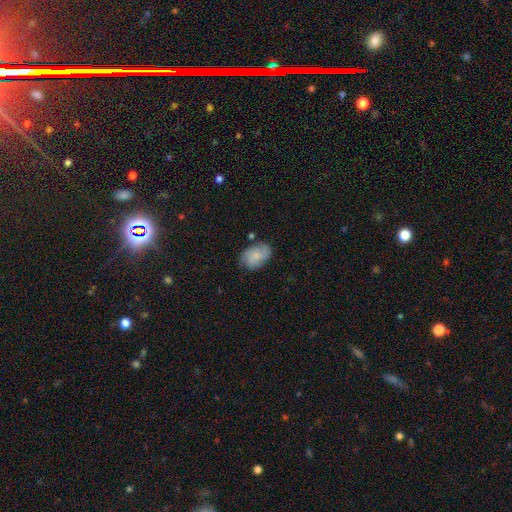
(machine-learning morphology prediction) smooth 65%, featured or disk 27%, star or artifact 8%. Down the decision tree: how rounded — in between (82%); merging — none (67%).